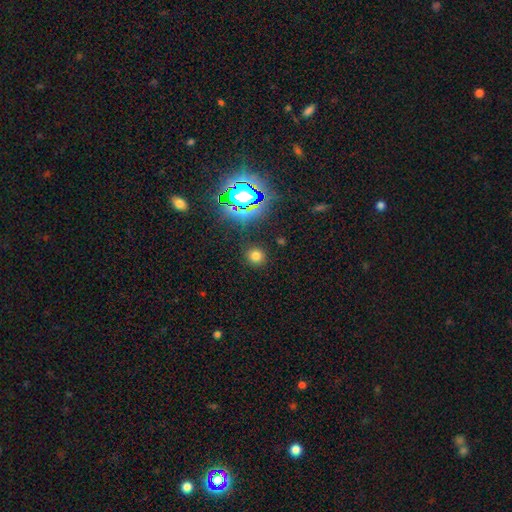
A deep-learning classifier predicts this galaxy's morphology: Smooth or featured?
  - smooth: 71% *
  - star or artifact: 22%
  - featured or disk: 7%
How rounded?
  - round: 89% *
  - in between: 10%
  - cigar-shaped: 1%
Merging?
  - none: 88% *
  - minor disturbance: 7%
  - major disturbance: 3%
  - merger: 2%